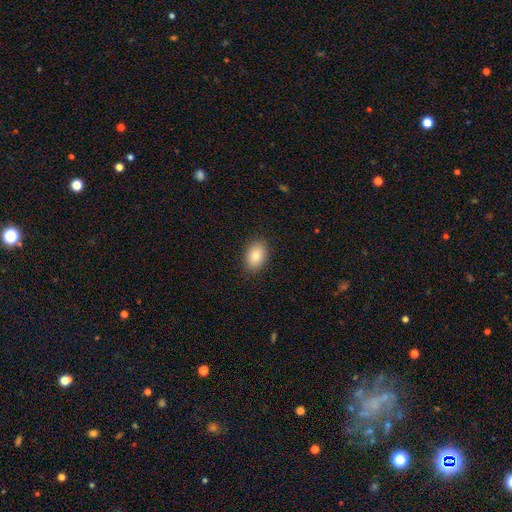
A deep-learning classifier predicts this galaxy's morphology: type=smooth (86%); roundness=in between (88%); merging=none (89%).